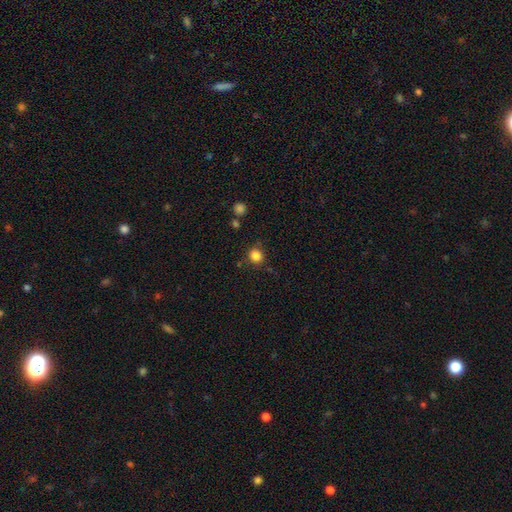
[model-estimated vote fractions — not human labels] Morphology: type=smooth (84%); roundness=round (86%); merging=none (77%).